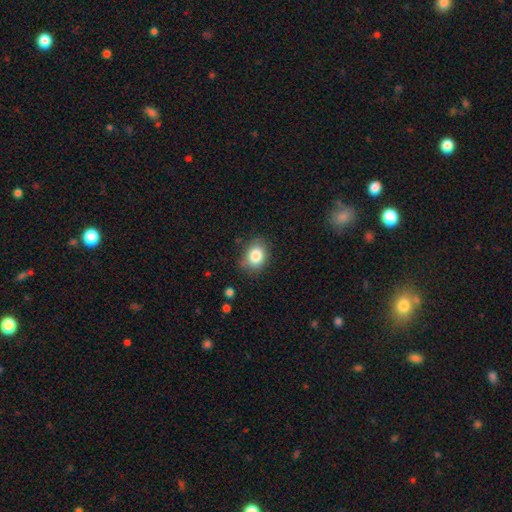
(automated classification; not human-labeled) smooth-or-featured: smooth: 85% | star or artifact: 9% | featured or disk: 6%
  how-rounded: in between: 60% | round: 39% | cigar-shaped: 1%
  merging: none: 77% | minor disturbance: 17% | major disturbance: 4% | merger: 2%